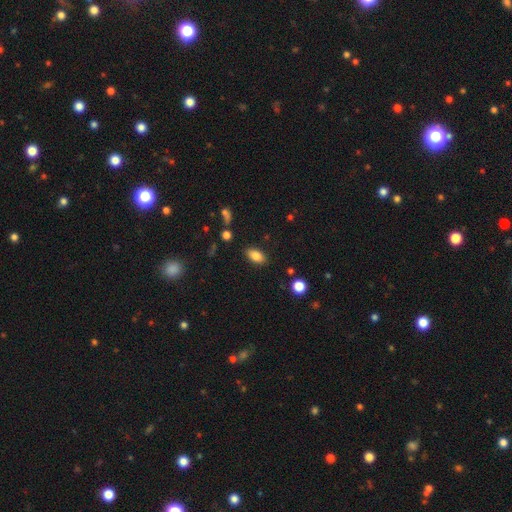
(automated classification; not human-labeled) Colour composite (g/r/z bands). It shows a smooth galaxy with no disk features (84%) that is in between round and cigar-shaped (90%). Merging: none (85%).